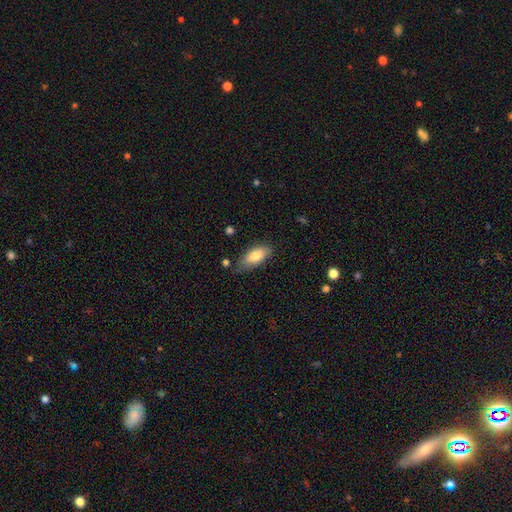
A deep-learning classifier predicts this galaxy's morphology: smooth 79%, featured or disk 14%, star or artifact 7%. Down the decision tree: how rounded — in between (86%); merging — none (69%).